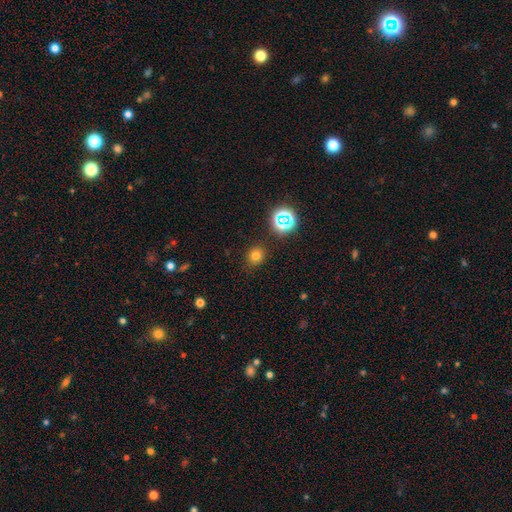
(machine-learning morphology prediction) Overall: smooth (73%). How rounded: round (79%). Merging: none (86%).